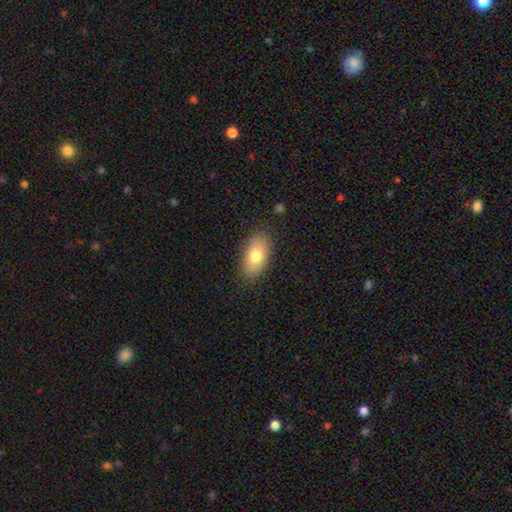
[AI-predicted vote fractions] Smooth or featured? smooth (77%)
How rounded? in between (91%)
Merging? none (83%)